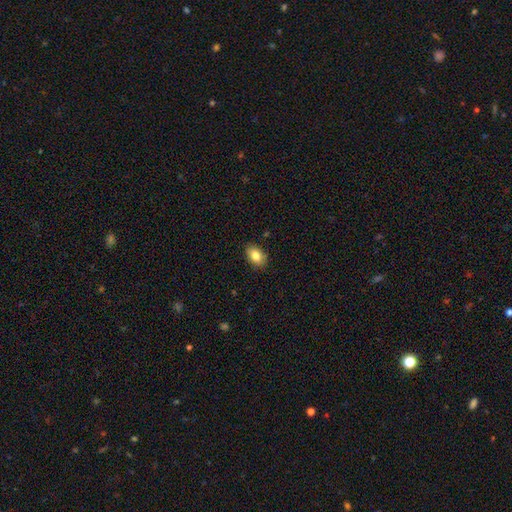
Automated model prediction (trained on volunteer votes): This is clearly a smooth galaxy (84%). How rounded: clearly in between (86%). Merging: clearly none (87%).